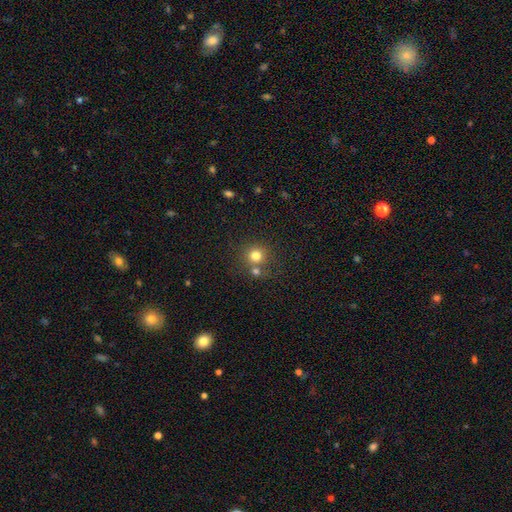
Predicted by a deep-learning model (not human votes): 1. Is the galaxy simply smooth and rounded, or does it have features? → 78% smooth, 14% star or artifact, 8% featured or disk.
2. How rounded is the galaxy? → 91% round, 8% in between, 1% cigar-shaped.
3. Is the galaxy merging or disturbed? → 64% none, 24% merger, 8% minor disturbance, 3% major disturbance.